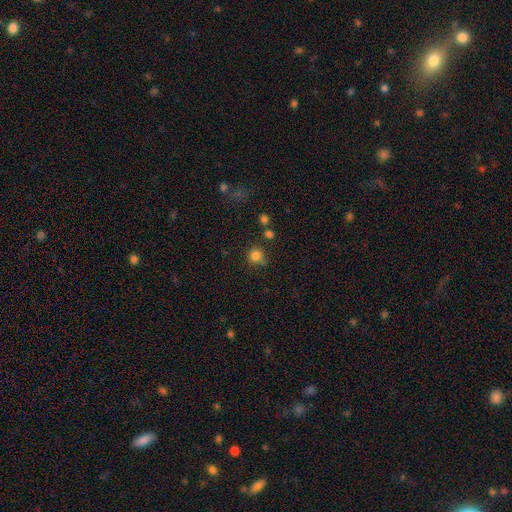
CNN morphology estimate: The model was most divided on "merging": none: 73%, minor disturbance: 15%, merger: 8%, major disturbance: 5%. More confident: how rounded — round (91%); smooth or featured — smooth (82%).